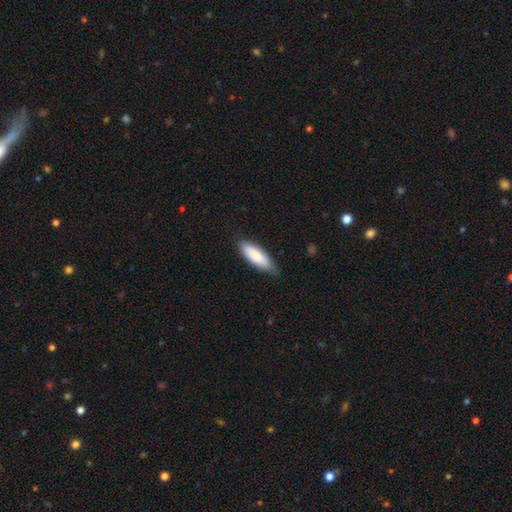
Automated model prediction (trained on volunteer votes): smooth_or_featured: smooth (p=0.83) [alt: featured or disk p=0.12]
how_rounded: in between (p=0.58) [alt: cigar-shaped p=0.41]
merging: none (p=0.77) [alt: minor disturbance p=0.20]